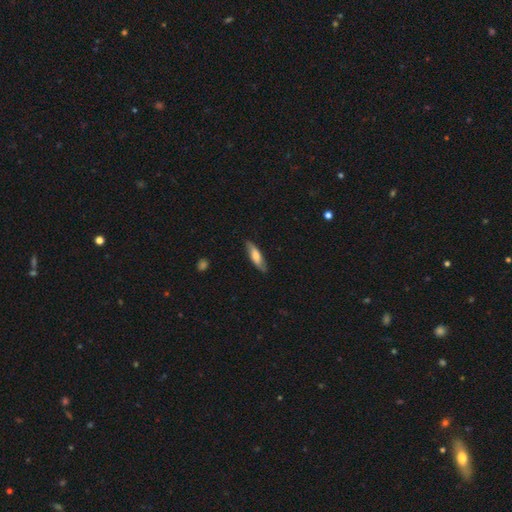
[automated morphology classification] smooth_or_featured: smooth (p=0.55) [alt: featured or disk p=0.39]
how_rounded: cigar-shaped (p=0.59) [alt: in between p=0.39]
merging: none (p=0.79) [alt: minor disturbance p=0.17]